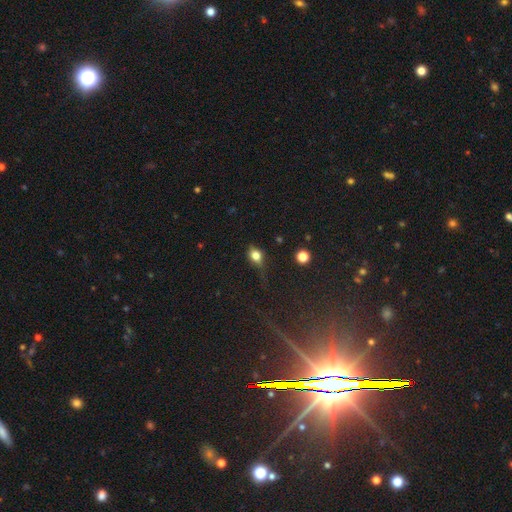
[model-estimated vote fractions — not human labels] Smooth or featured? Predicted: smooth (p=0.74). How rounded? Predicted: in between (p=0.57). Merging? Predicted: none (p=0.48).